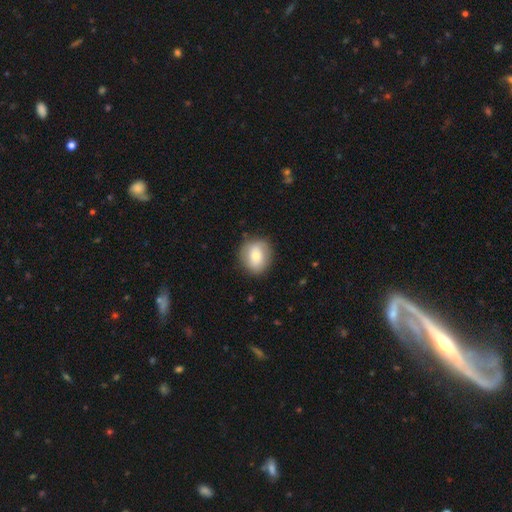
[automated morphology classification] This is likely a smooth galaxy (71%). How rounded: likely round (75%). Merging: clearly none (84%).